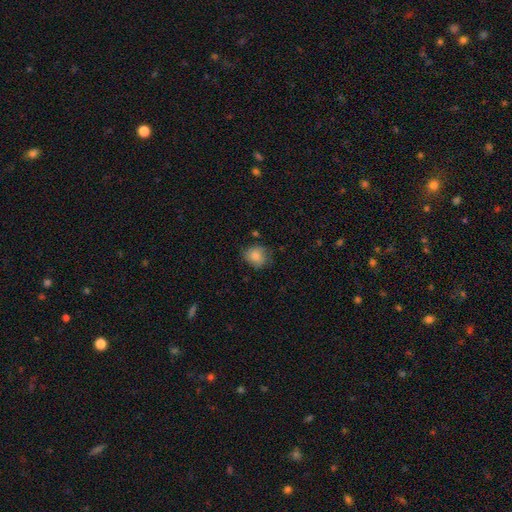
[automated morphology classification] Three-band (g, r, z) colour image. It shows a smooth galaxy with no disk features (83%) that is round (66%). Merging: none (67%).